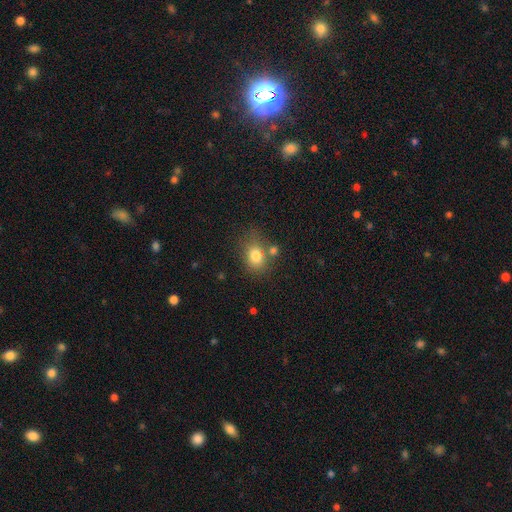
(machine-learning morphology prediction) Overall: smooth (79%). How rounded: in between (56%; round 43%). Merging: none (59%; merger 19%).